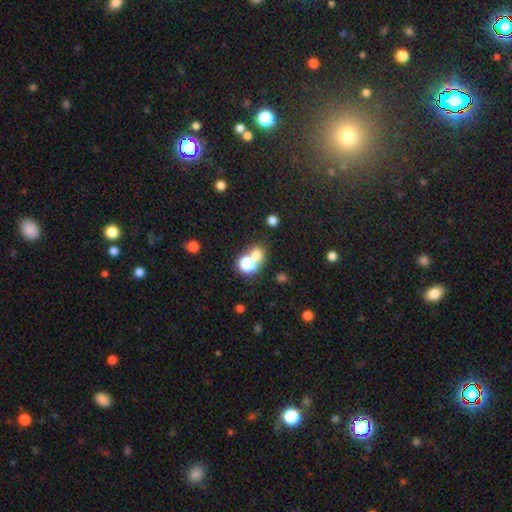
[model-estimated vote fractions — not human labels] Smooth or featured?
  - smooth: 65% *
  - star or artifact: 26%
  - featured or disk: 9%
How rounded?
  - round: 76% *
  - in between: 23%
  - cigar-shaped: 1%
Merging?
  - none: 55% *
  - merger: 33%
  - minor disturbance: 8%
  - major disturbance: 4%